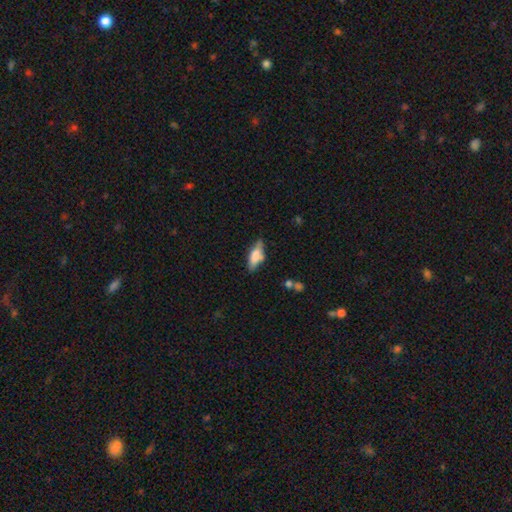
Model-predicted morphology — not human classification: Smooth or featured? smooth (66%)
How rounded? in between (65%)
Merging? none (66%)